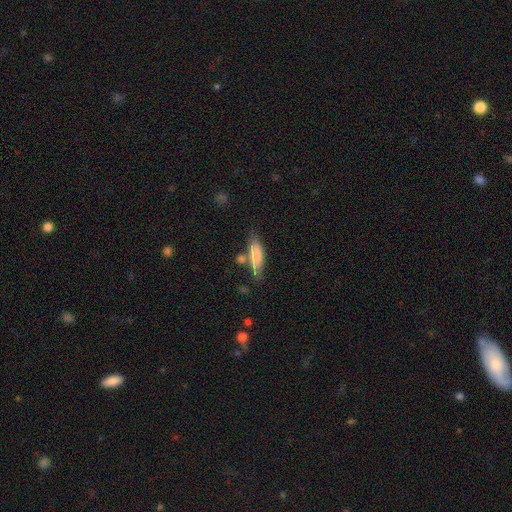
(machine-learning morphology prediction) A smooth galaxy with no disk features (78%) that is in between round and cigar-shaped (52%).

Vote fractions:
- Smooth or featured? smooth: 78% / featured or disk: 15% / star or artifact: 7%
- How rounded? in between: 52% / cigar-shaped: 45% / round: 2%
- Merging? none: 60% / minor disturbance: 21% / merger: 13% / major disturbance: 6%